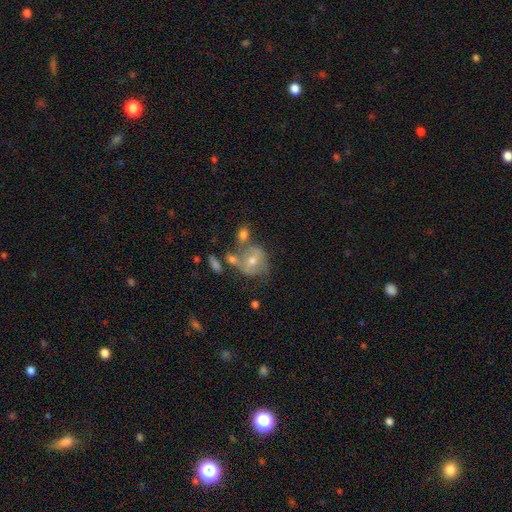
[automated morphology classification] type=featured or disk (39%); merging=none (46%).